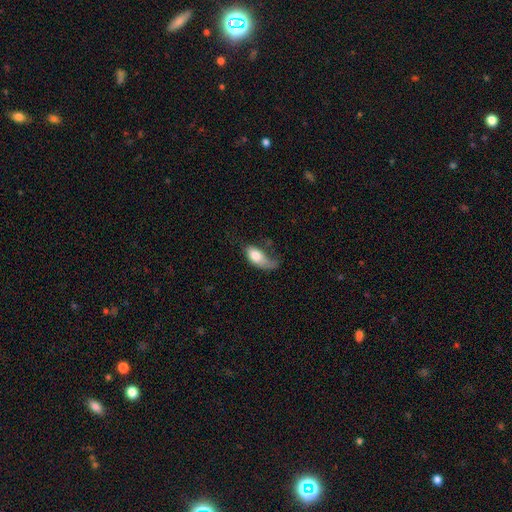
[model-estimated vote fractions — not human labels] Smooth or featured?
  - smooth: 74% *
  - featured or disk: 20%
  - star or artifact: 6%
How rounded?
  - in between: 88% *
  - cigar-shaped: 8%
  - round: 5%
Merging?
  - major disturbance: 41% *
  - minor disturbance: 29%
  - none: 24%
  - merger: 6%